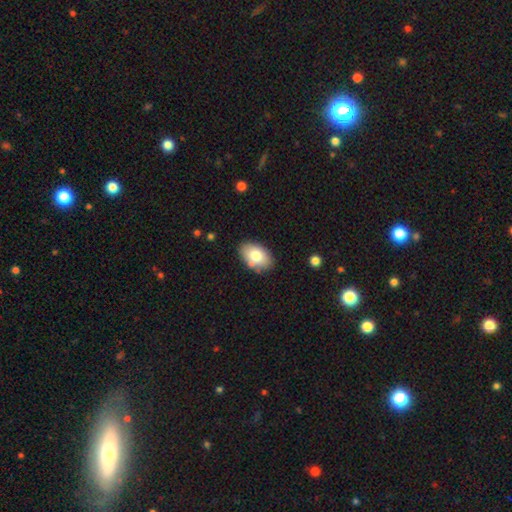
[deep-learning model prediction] Morphology: type=smooth (76%); roundness=in between (90%); merging=none (80%).